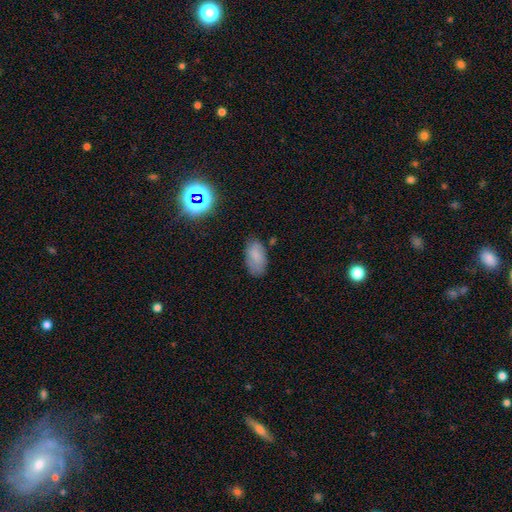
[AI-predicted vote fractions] Smooth or featured?
  - smooth: 78% *
  - featured or disk: 11%
  - star or artifact: 11%
How rounded?
  - in between: 93% *
  - round: 5%
  - cigar-shaped: 2%
Merging?
  - none: 74% *
  - minor disturbance: 19%
  - major disturbance: 4%
  - merger: 2%